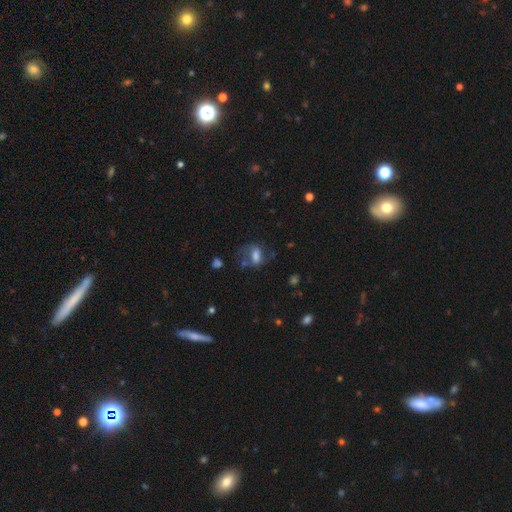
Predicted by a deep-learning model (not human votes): smooth_or_featured: smooth (p=0.56) [alt: featured or disk p=0.32]
how_rounded: in between (p=0.77) [alt: round p=0.20]
merging: none (p=0.41) [alt: major disturbance p=0.28]